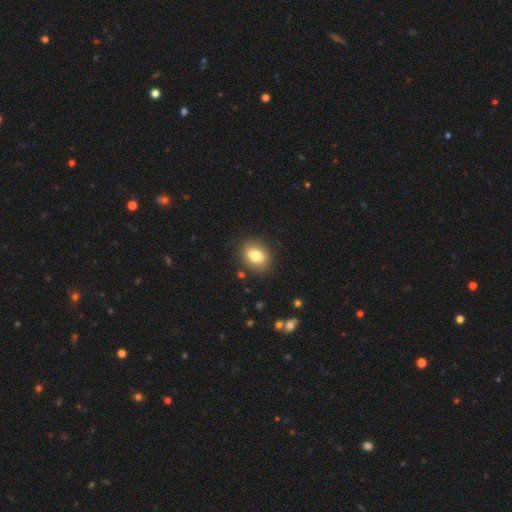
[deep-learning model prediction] A smooth galaxy with no disk features (80%) that is in between round and cigar-shaped (66%). Merging: none (86%).